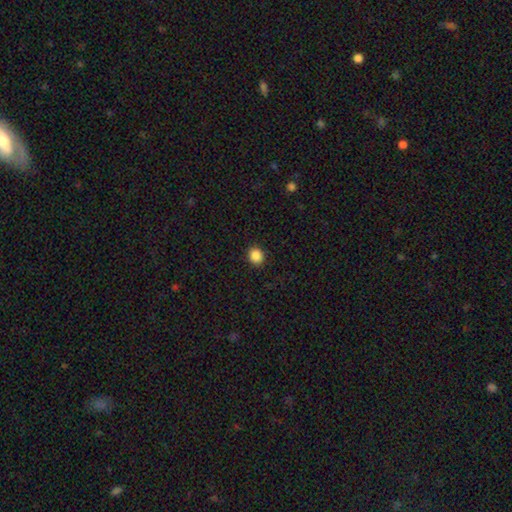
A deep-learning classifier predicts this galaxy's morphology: This appears to be a smooth galaxy with no disk features (87%) that is round (78%). Merging: none (92%).